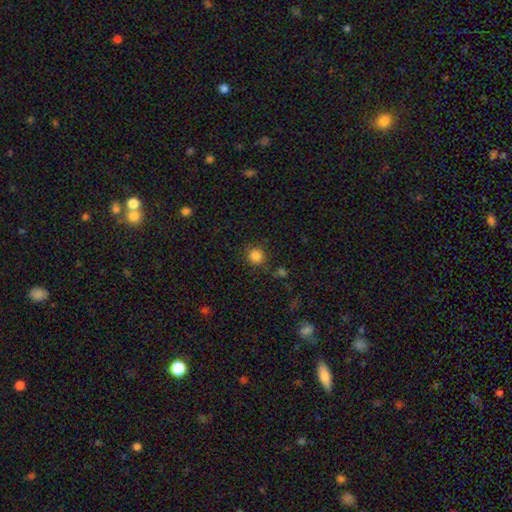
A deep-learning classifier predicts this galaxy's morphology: A smooth galaxy with no disk features (84%) that is round (93%).

Vote fractions:
- Smooth or featured? smooth: 84% / star or artifact: 12% / featured or disk: 4%
- How rounded? round: 93% / in between: 6% / cigar-shaped: 1%
- Merging? none: 84% / minor disturbance: 9% / merger: 4% / major disturbance: 3%